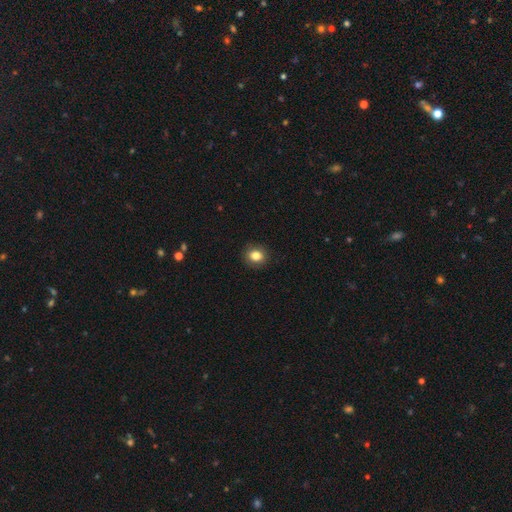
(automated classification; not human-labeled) smooth 83%, star or artifact 10%, featured or disk 6%. Down the decision tree: how rounded — round (76%); merging — none (90%).